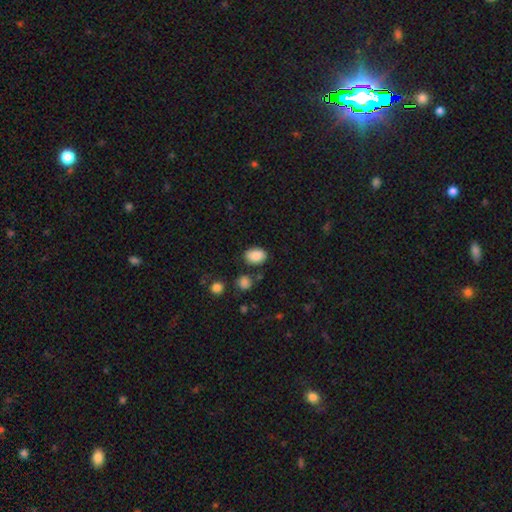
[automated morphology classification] Smooth or featured? smooth (88%)
How rounded? in between (80%)
Merging? none (78%)